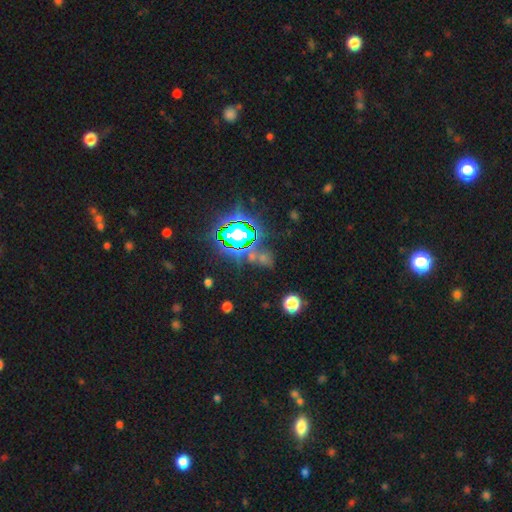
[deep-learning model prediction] smooth-or-featured: star or artifact: 66% | smooth: 23% | featured or disk: 11%